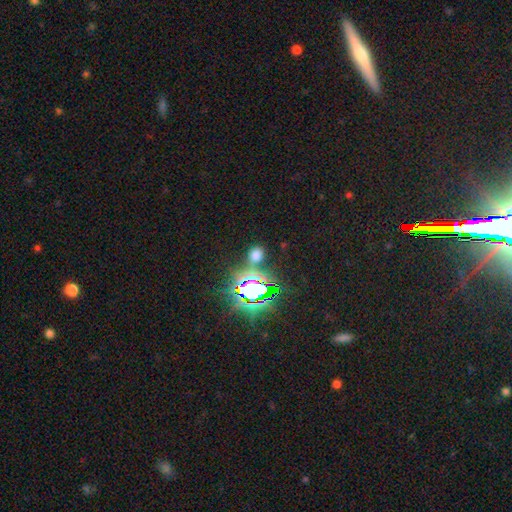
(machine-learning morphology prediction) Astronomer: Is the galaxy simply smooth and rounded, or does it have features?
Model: smooth — 52% (runner-up: star or artifact, 40%).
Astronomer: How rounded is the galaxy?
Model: round — 58% (runner-up: in between, 40%).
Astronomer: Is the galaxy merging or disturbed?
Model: none — 71%.